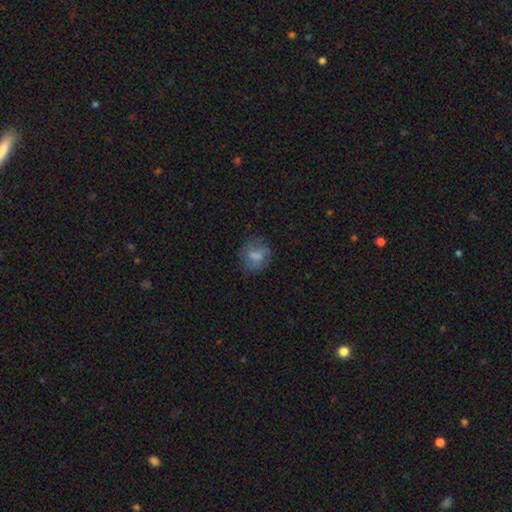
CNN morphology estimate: Q: Smooth or featured?
A: smooth (69%); runner-up: featured or disk (21%)
Q: How rounded?
A: round (70%); runner-up: in between (29%)
Q: Merging?
A: none (66%); runner-up: minor disturbance (21%)